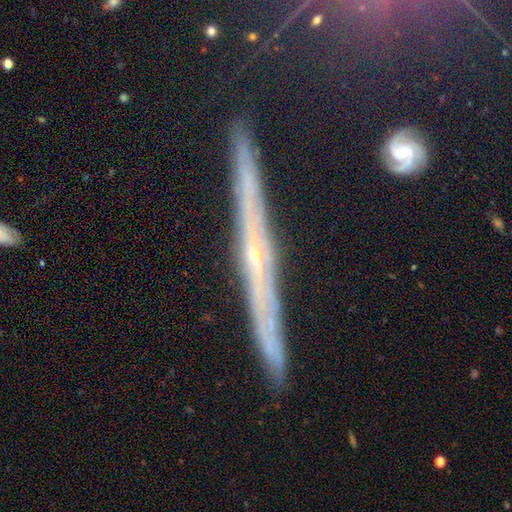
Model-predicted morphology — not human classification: featured or disk 77%, smooth 14%, star or artifact 9%. Down the decision tree: edge-on disk — yes (95%); edge-on bulge — none (49%); merging — none (89%).